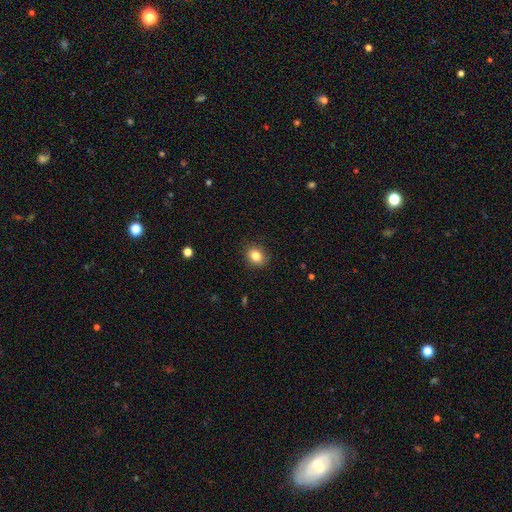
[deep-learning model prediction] smooth-or-featured: smooth: 83% | star or artifact: 10% | featured or disk: 7%
  how-rounded: round: 50% | in between: 49% | cigar-shaped: 1%
  merging: none: 88% | minor disturbance: 9% | major disturbance: 2% | merger: 1%